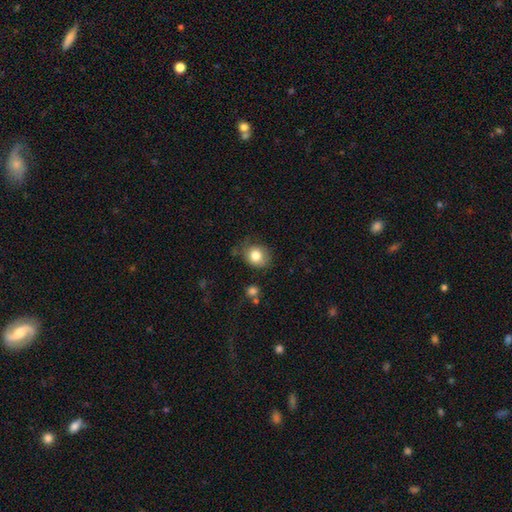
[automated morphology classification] Smooth or featured?
  - smooth: 82% *
  - star or artifact: 9%
  - featured or disk: 9%
How rounded?
  - round: 67% *
  - in between: 32%
  - cigar-shaped: 1%
Merging?
  - none: 68% *
  - minor disturbance: 22%
  - major disturbance: 6%
  - merger: 3%